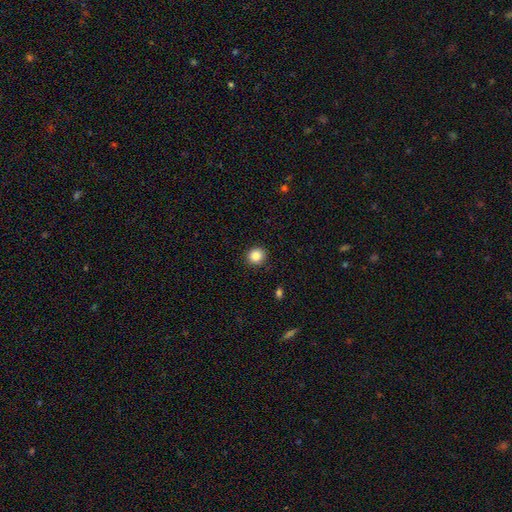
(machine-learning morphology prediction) Smooth or featured?
  - smooth: 86% *
  - star or artifact: 10%
  - featured or disk: 4%
How rounded?
  - round: 90% *
  - in between: 9%
  - cigar-shaped: 1%
Merging?
  - none: 90% *
  - minor disturbance: 7%
  - major disturbance: 2%
  - merger: 1%